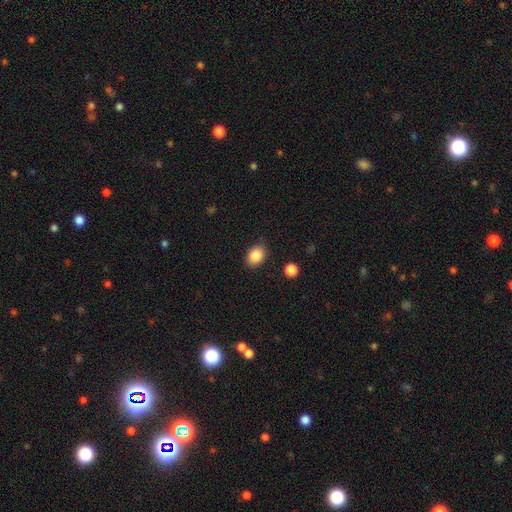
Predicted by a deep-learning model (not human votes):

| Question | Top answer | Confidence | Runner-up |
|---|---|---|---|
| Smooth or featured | smooth | 86% | star or artifact (9%) |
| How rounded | in between | 66% | round (33%) |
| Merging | none | 84% | minor disturbance (11%) |